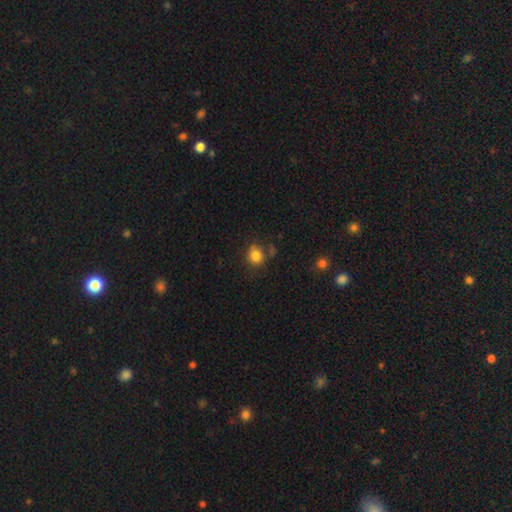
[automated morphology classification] Q: Smooth or featured?
A: smooth (83%); runner-up: star or artifact (11%)
Q: How rounded?
A: round (75%); runner-up: in between (24%)
Q: Merging?
A: none (69%); runner-up: minor disturbance (18%)